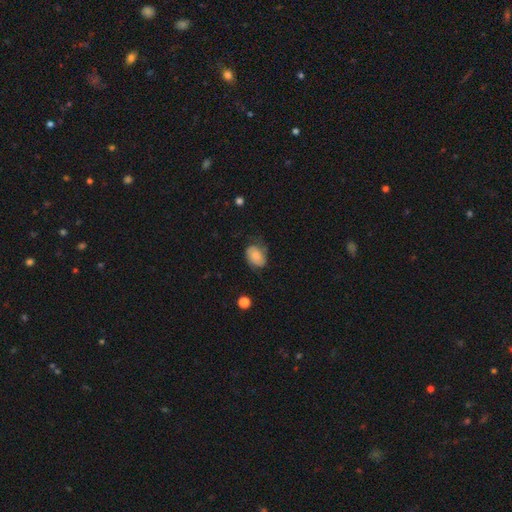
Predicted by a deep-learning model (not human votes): Overall: smooth (59%; featured or disk 33%). How rounded: in between (71%). Merging: none (55%; minor disturbance 31%).